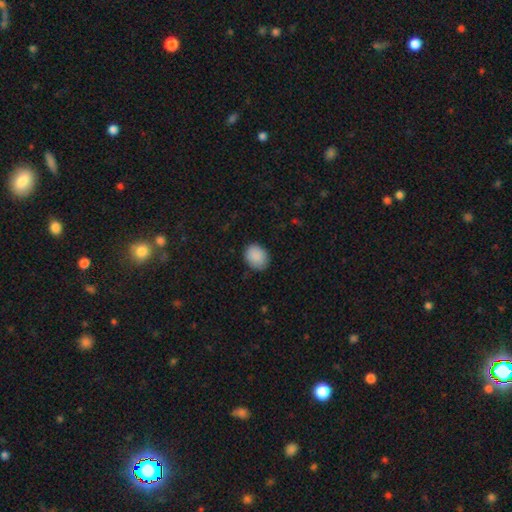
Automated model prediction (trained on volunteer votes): smooth_or_featured: smooth (p=0.90) [alt: star or artifact p=0.07]
how_rounded: round (p=0.51) [alt: in between p=0.48]
merging: none (p=0.85) [alt: minor disturbance p=0.12]